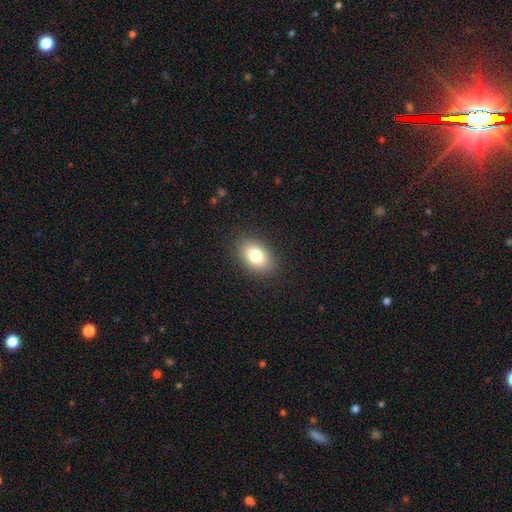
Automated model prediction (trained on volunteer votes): The model was most divided on "smooth or featured": smooth: 80%, featured or disk: 11%, star or artifact: 9%. More confident: merging — none (88%); how rounded — in between (86%).